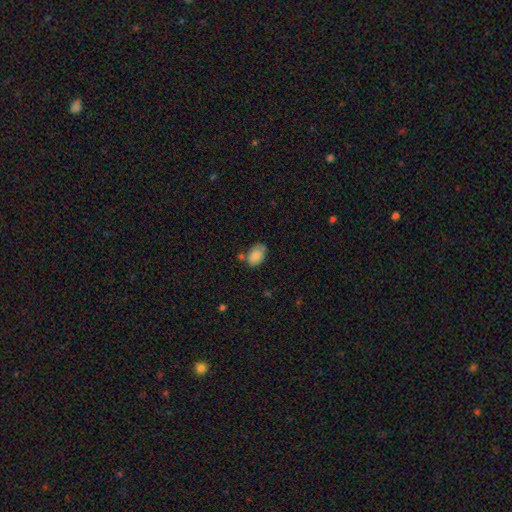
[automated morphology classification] This is clearly a smooth galaxy (85%). How rounded: clearly in between (85%). Merging: likely none (62%).